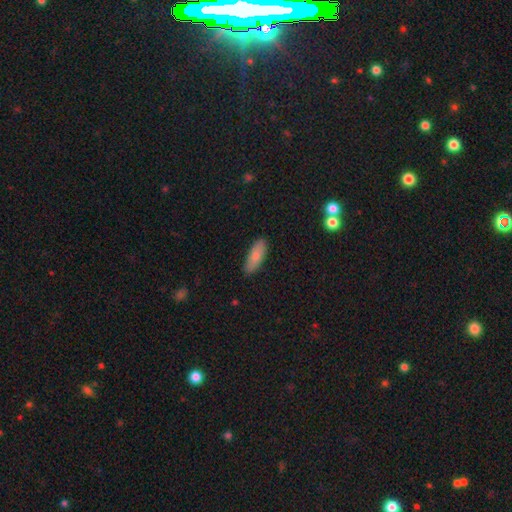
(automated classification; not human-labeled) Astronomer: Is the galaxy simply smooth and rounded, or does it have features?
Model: smooth — 82%.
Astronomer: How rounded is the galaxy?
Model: in between — 64%.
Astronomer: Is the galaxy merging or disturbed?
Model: none — 87%.